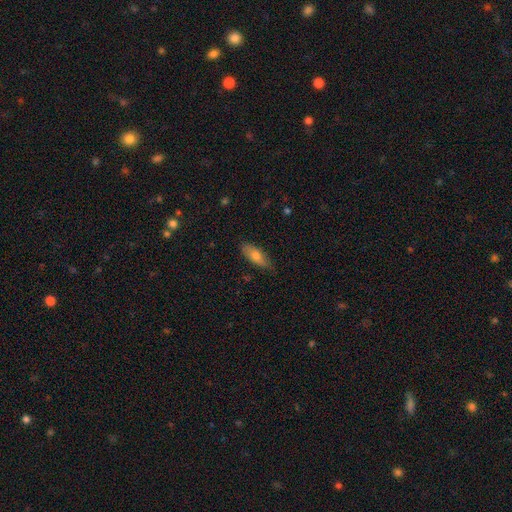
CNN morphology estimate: Smooth or featured?
  - smooth: 71% *
  - featured or disk: 22%
  - star or artifact: 7%
How rounded?
  - in between: 68% *
  - cigar-shaped: 30%
  - round: 2%
Merging?
  - none: 79% *
  - minor disturbance: 17%
  - major disturbance: 3%
  - merger: 1%